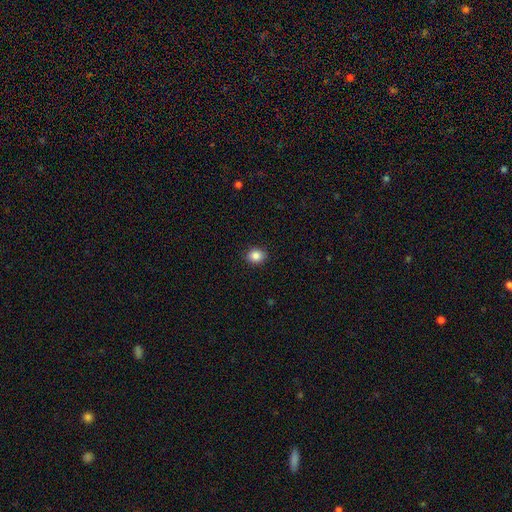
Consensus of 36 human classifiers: Q: Smooth or featured?
A: smooth (81%); runner-up: featured or disk (14%)
Q: How rounded?
A: in between (55%); runner-up: round (45%)
Q: Merging?
A: none (91%); runner-up: minor disturbance (6%)